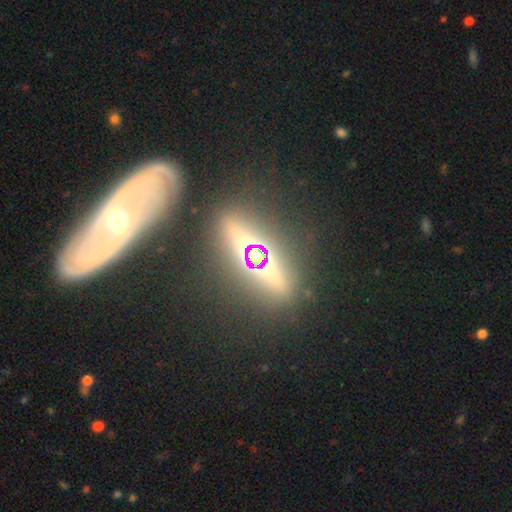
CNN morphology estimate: type=star or artifact (61%).